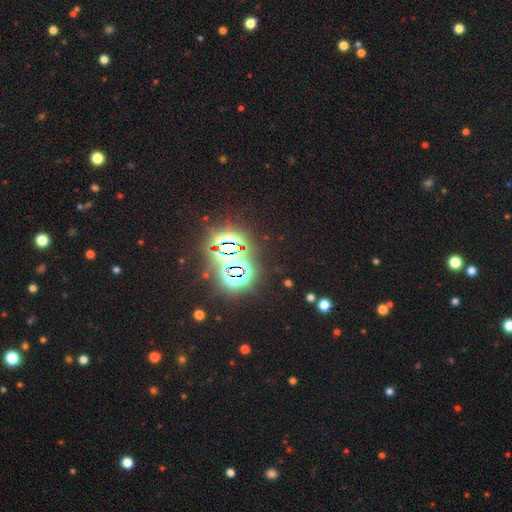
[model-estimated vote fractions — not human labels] star or artifact 75%, smooth 15%, featured or disk 10%.